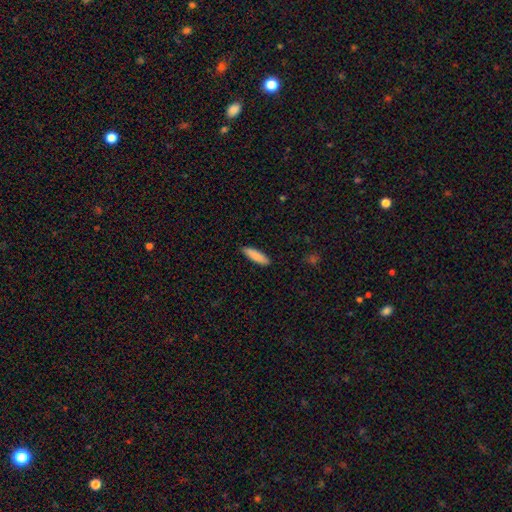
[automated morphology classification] smooth-or-featured: smooth: 88% | featured or disk: 6% | star or artifact: 6%
  how-rounded: cigar-shaped: 61% | in between: 37% | round: 1%
  merging: none: 88% | minor disturbance: 9% | major disturbance: 2% | merger: 1%